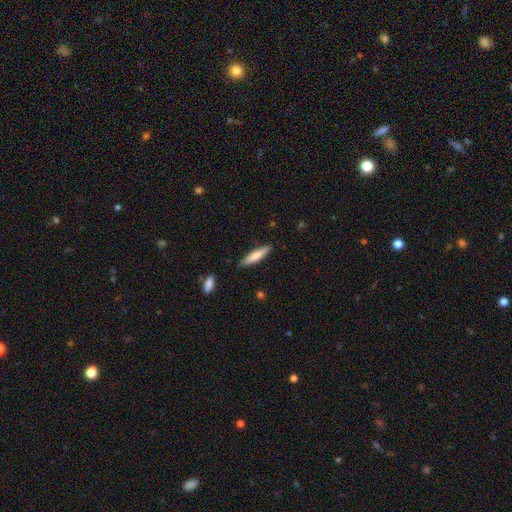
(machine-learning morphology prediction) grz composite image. It shows a smooth galaxy with no disk features (67%) that is cigar-shaped (83%). Merging: none (85%).